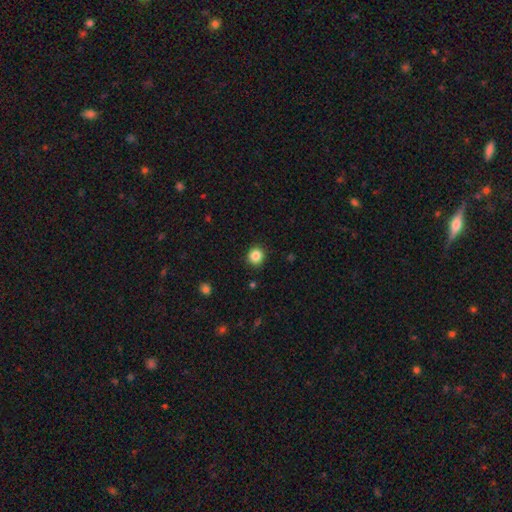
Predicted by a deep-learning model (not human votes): This appears to be a smooth galaxy with no disk features (85%) that is round (89%). Merging: none (90%).